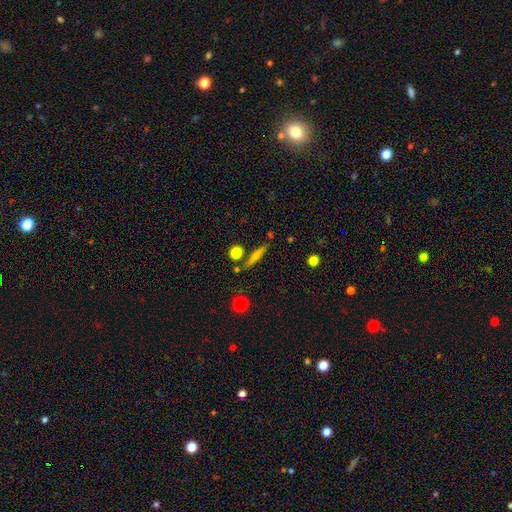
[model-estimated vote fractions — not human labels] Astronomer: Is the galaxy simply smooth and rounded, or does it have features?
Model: smooth — 54% (runner-up: featured or disk, 37%).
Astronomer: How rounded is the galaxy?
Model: cigar-shaped — 79%.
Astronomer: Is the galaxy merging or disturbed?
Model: none — 78%.